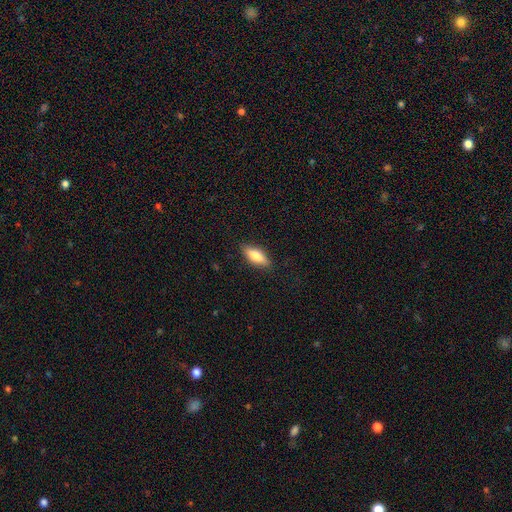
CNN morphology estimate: smooth-or-featured: smooth: 75% | featured or disk: 19% | star or artifact: 6%
  how-rounded: in between: 70% | cigar-shaped: 28% | round: 3%
  merging: none: 85% | minor disturbance: 11% | major disturbance: 3% | merger: 1%